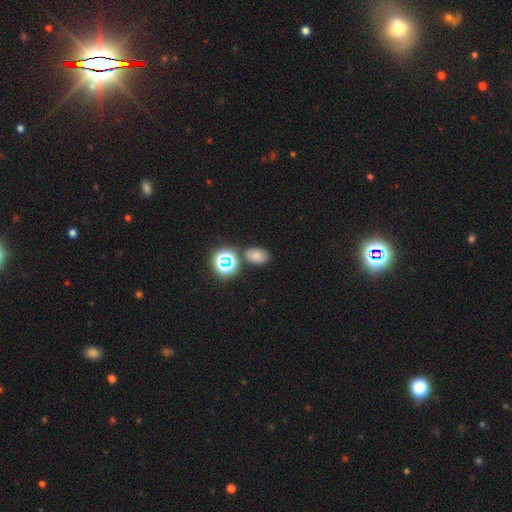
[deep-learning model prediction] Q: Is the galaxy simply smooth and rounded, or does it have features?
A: smooth — 69%.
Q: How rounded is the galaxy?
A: in between — 82%.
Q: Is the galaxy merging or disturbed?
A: none — 75%.